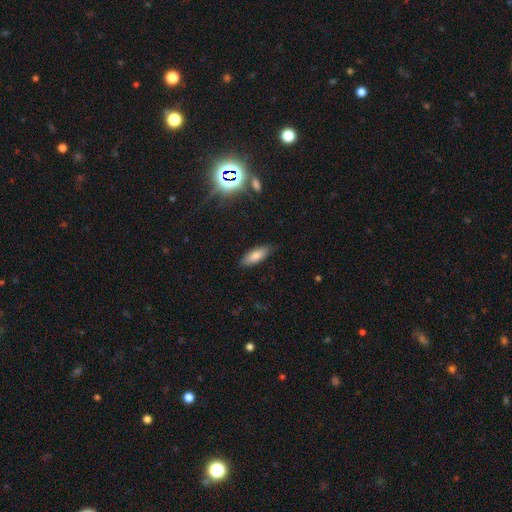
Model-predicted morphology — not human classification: Smooth or featured? Predicted: smooth (p=0.80). How rounded? Predicted: in between (p=0.69). Merging? Predicted: none (p=0.83).